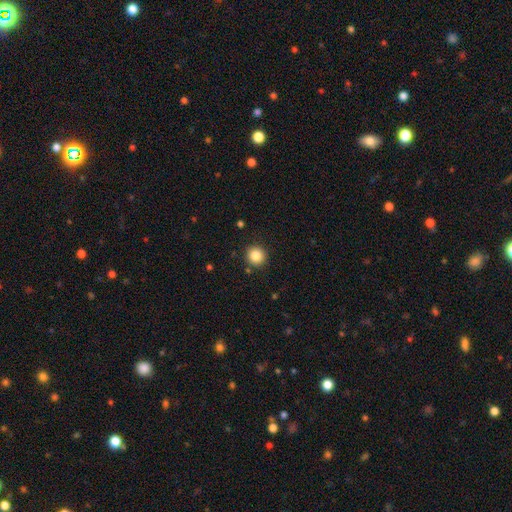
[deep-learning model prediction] Smooth or featured? smooth (84%)
How rounded? round (93%)
Merging? none (90%)